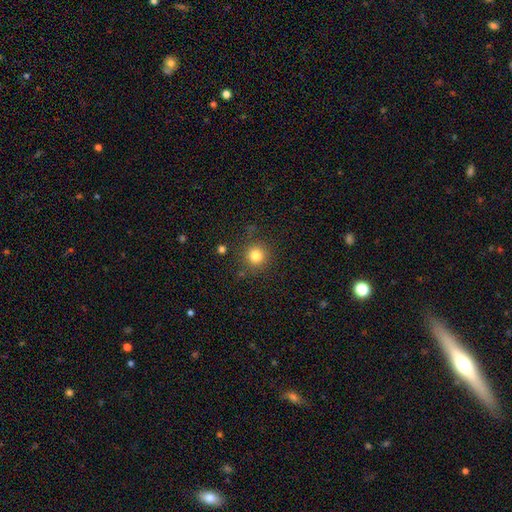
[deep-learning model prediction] smooth-or-featured: smooth: 81% | star or artifact: 13% | featured or disk: 6%
  how-rounded: round: 94% | in between: 5% | cigar-shaped: 1%
  merging: none: 86% | minor disturbance: 8% | major disturbance: 3% | merger: 3%